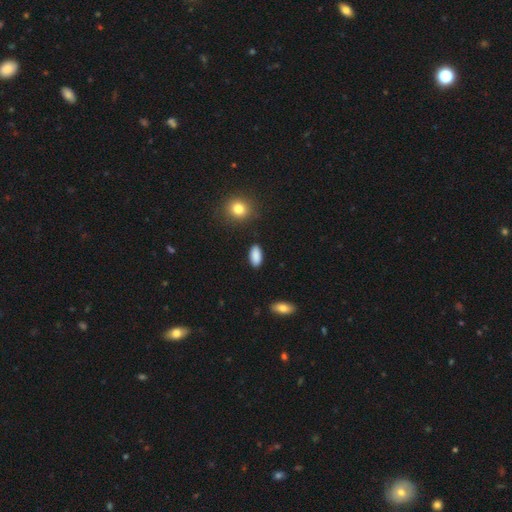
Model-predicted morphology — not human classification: This is clearly a smooth galaxy (89%). How rounded: clearly in between (90%). Merging: clearly none (88%).